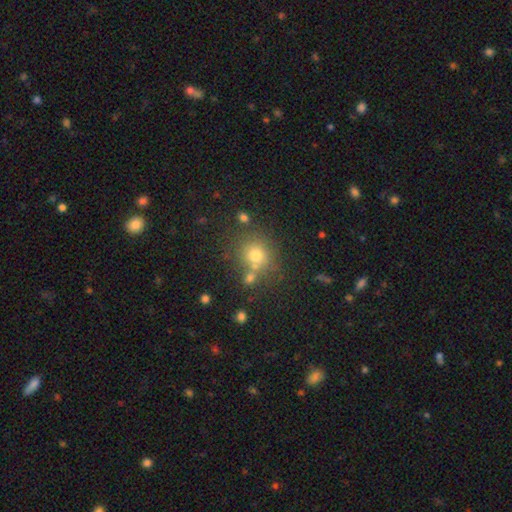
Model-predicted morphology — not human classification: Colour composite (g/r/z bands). It shows a smooth galaxy with no disk features (73%) that is round (84%). Merging: none (66%).